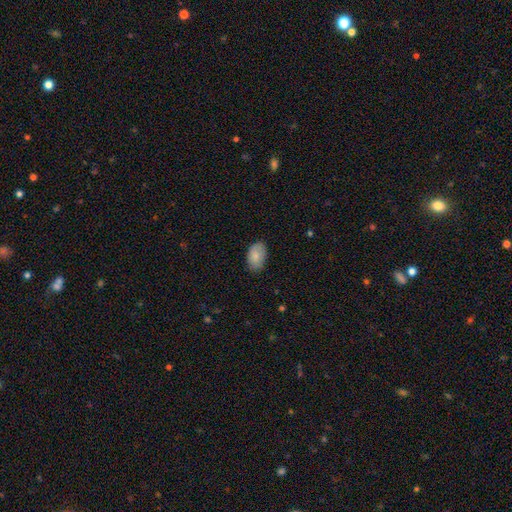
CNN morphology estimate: smooth 84%, featured or disk 9%, star or artifact 6%. Down the decision tree: how rounded — in between (92%); merging — none (80%).